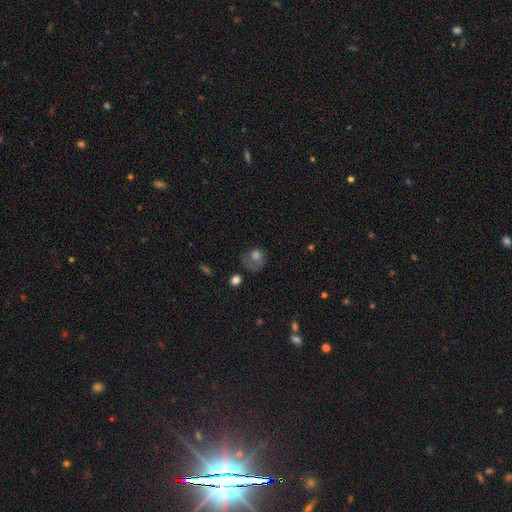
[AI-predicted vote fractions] Smooth or featured?
  - smooth: 59% *
  - featured or disk: 27%
  - star or artifact: 14%
How rounded?
  - round: 63% *
  - in between: 35%
  - cigar-shaped: 1%
Merging?
  - none: 37% *
  - major disturbance: 35%
  - minor disturbance: 24%
  - merger: 4%